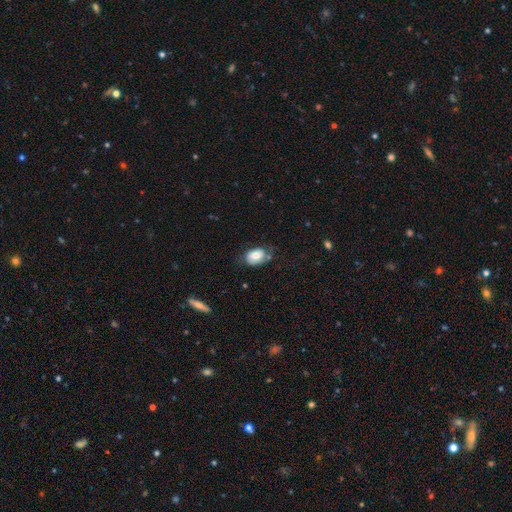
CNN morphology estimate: Overall: smooth (65%; featured or disk 27%). How rounded: in between (87%). Merging: none (53%; minor disturbance 30%).